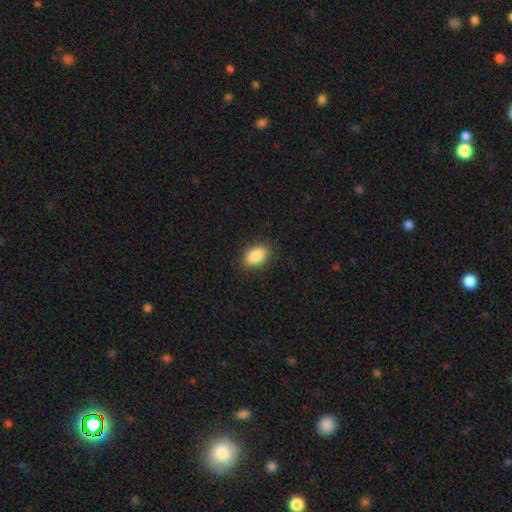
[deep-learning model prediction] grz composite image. It shows a smooth galaxy with no disk features (88%) that is in between round and cigar-shaped (89%). Merging: none (87%).